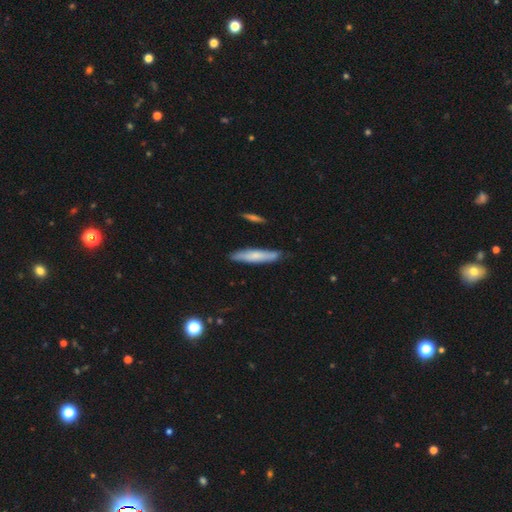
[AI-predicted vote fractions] smooth-or-featured: smooth: 66% | featured or disk: 28% | star or artifact: 6%
  how-rounded: cigar-shaped: 88% | in between: 10% | round: 1%
  merging: none: 83% | minor disturbance: 13% | major disturbance: 2% | merger: 2%